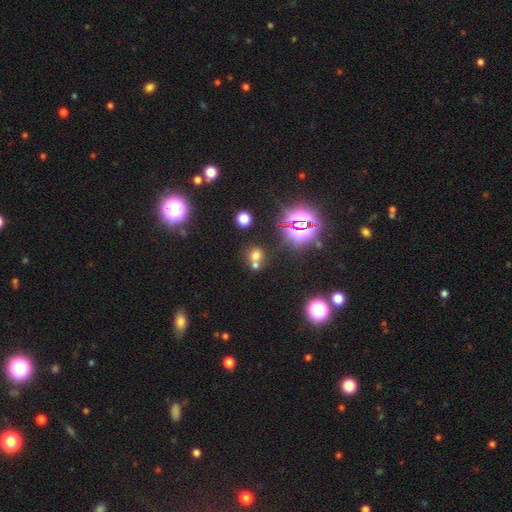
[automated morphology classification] A smooth galaxy with no disk features (57%) that is round (73%).

Vote fractions:
- Smooth or featured? smooth: 57% / star or artifact: 30% / featured or disk: 13%
- How rounded? round: 73% / in between: 26% / cigar-shaped: 1%
- Merging? merger: 47% / none: 42% / minor disturbance: 7% / major disturbance: 4%